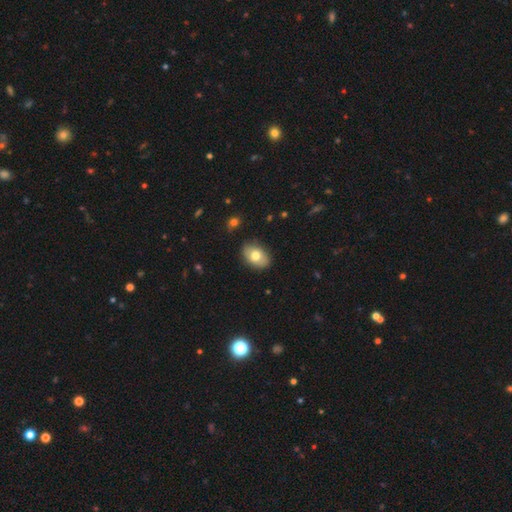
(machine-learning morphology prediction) This appears to be a smooth galaxy with no disk features (73%) that is in between round and cigar-shaped (84%). Merging: none (85%).